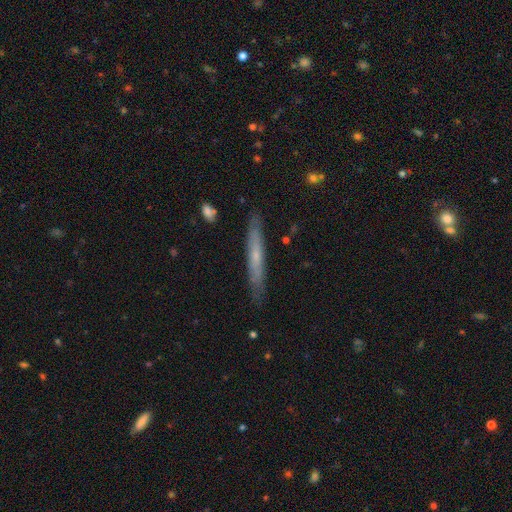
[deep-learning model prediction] Overall: featured or disk (48%; smooth 46%). Merging: none (86%).